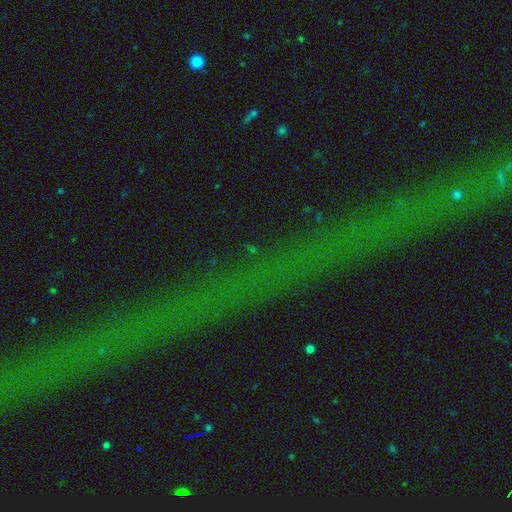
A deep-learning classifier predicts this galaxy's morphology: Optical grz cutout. It shows a star or artifact, not a galaxy (75%).